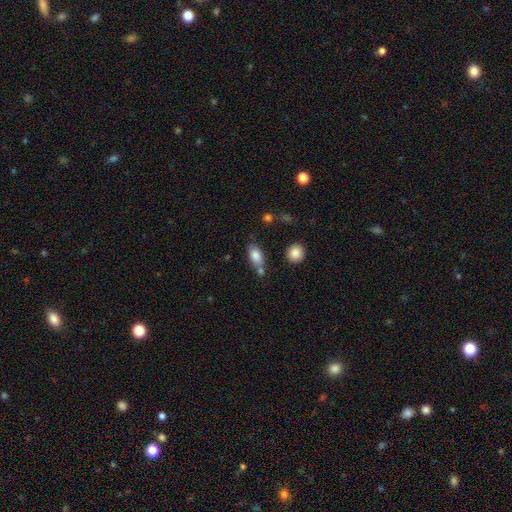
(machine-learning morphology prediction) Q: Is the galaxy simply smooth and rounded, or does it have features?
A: smooth — 83%.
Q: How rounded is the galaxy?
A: in between — 86%.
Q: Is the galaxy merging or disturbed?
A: none — 52%.